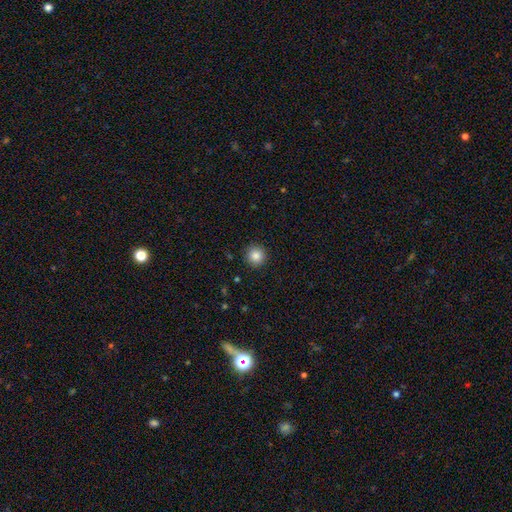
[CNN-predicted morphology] A smooth galaxy with no disk features (86%) that is round (95%). Merging: none (92%).